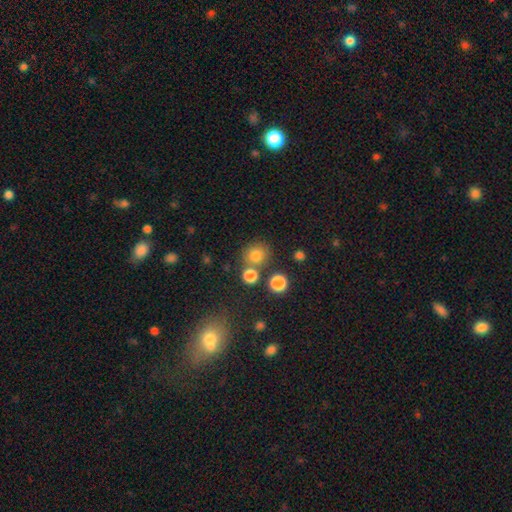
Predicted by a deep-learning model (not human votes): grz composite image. It shows a smooth galaxy with no disk features (78%) that is round (86%). Merging: none (71%).